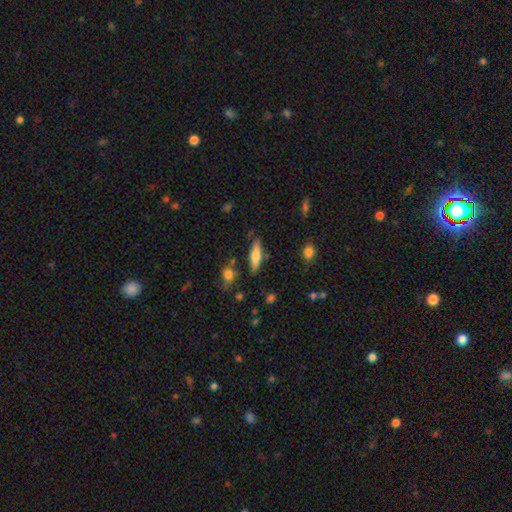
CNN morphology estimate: smooth 65%, featured or disk 29%, star or artifact 7%. Down the decision tree: how rounded — cigar-shaped (57%); merging — none (76%).